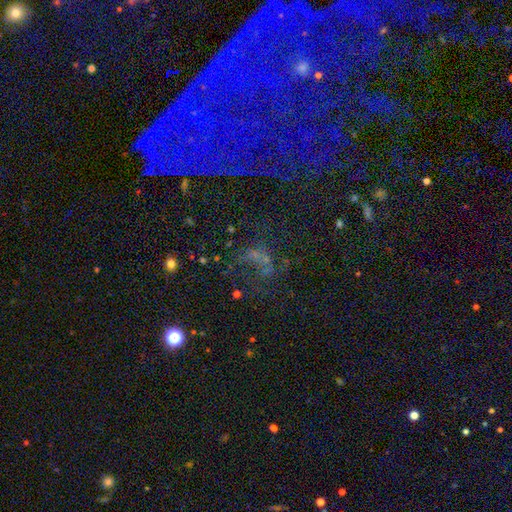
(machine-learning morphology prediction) Smooth or featured?
  - star or artifact: 39% *
  - featured or disk: 36%
  - smooth: 25%